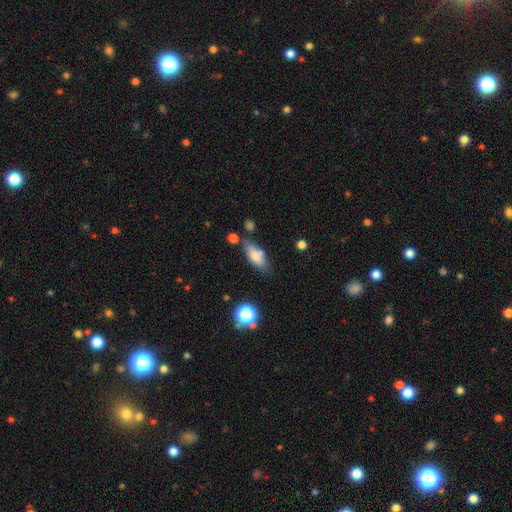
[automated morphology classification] smooth_or_featured: smooth (p=0.73) [alt: featured or disk p=0.19]
how_rounded: in between (p=0.68) [alt: cigar-shaped p=0.29]
merging: none (p=0.63) [alt: minor disturbance p=0.20]